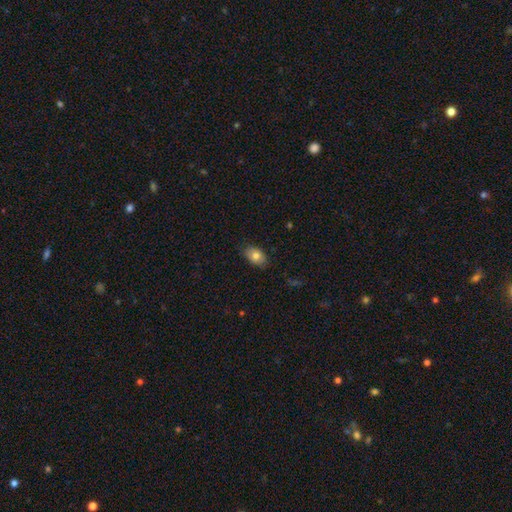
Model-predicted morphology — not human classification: A smooth galaxy with no disk features (80%) that is in between round and cigar-shaped (85%).

Vote fractions:
- Smooth or featured? smooth: 80% / featured or disk: 12% / star or artifact: 8%
- How rounded? in between: 85% / round: 13% / cigar-shaped: 1%
- Merging? none: 82% / minor disturbance: 14% / major disturbance: 2% / merger: 1%